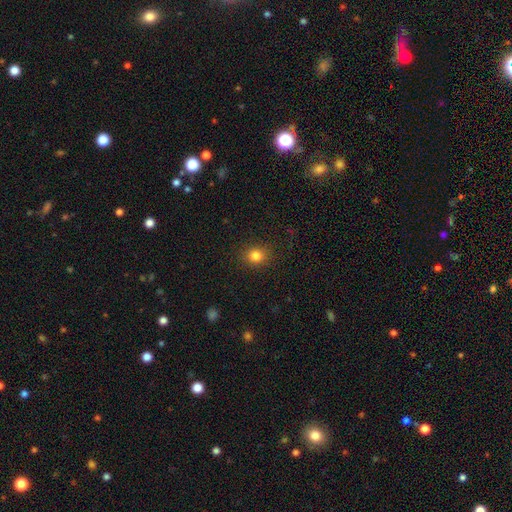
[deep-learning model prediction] The model was most divided on "how rounded": round: 73%, in between: 26%, cigar-shaped: 1%. More confident: merging — none (89%); smooth or featured — smooth (82%).